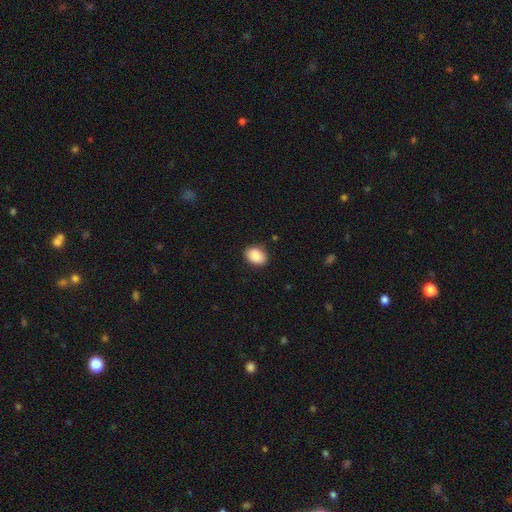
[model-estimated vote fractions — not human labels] smooth-or-featured: smooth: 89% | star or artifact: 7% | featured or disk: 4%
  how-rounded: in between: 75% | round: 24% | cigar-shaped: 1%
  merging: none: 86% | minor disturbance: 10% | major disturbance: 2% | merger: 1%